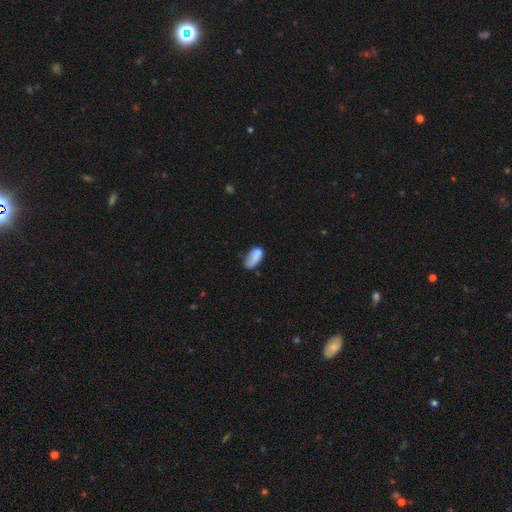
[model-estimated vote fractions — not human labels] The model was most divided on "merging": none: 40%, minor disturbance: 34%, major disturbance: 17%, merger: 8%. More confident: how rounded — in between (91%); smooth or featured — smooth (77%).